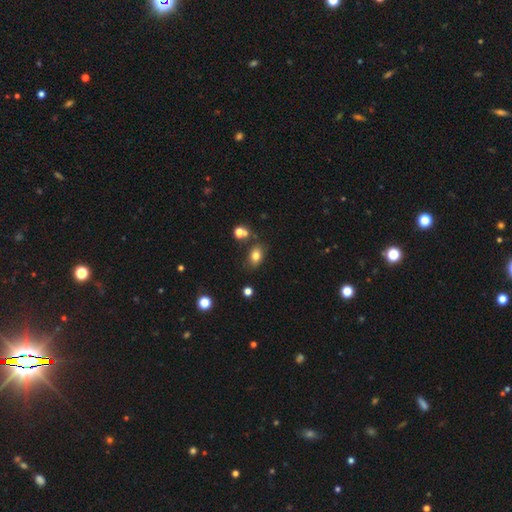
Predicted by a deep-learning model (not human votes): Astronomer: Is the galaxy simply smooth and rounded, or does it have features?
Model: smooth — 79%.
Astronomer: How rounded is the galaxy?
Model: in between — 76%.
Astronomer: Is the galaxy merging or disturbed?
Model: none — 73%.